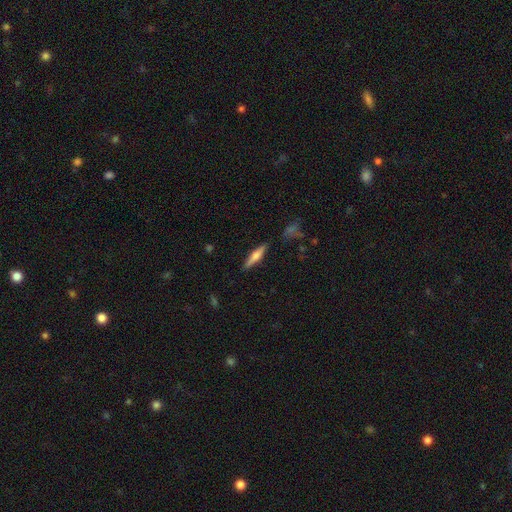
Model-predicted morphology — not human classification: Smooth or featured: smooth — 47% (featured or disk — 46%)
Merging: none — 86% (minor disturbance — 10%)